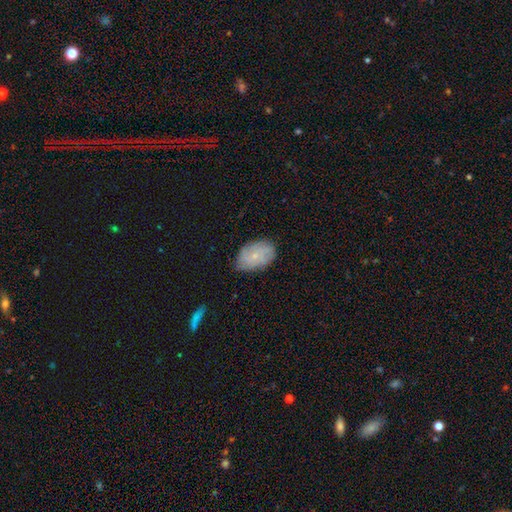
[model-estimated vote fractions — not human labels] Q: Smooth or featured?
A: featured or disk (47%); runner-up: smooth (45%)
Q: Merging?
A: none (77%); runner-up: minor disturbance (18%)